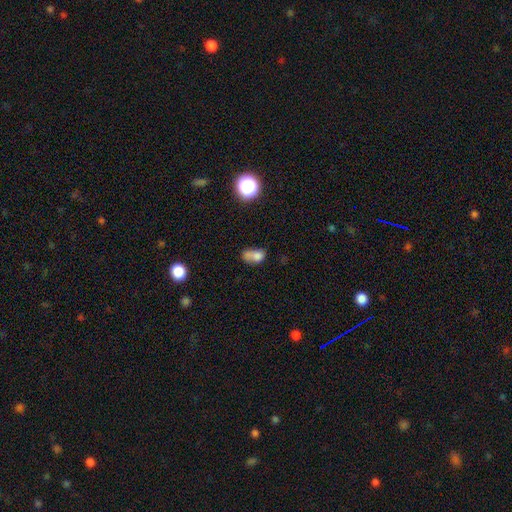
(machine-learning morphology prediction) This appears to be a smooth galaxy with no disk features (70%) that is in between round and cigar-shaped (65%). Merging: merger (45%).